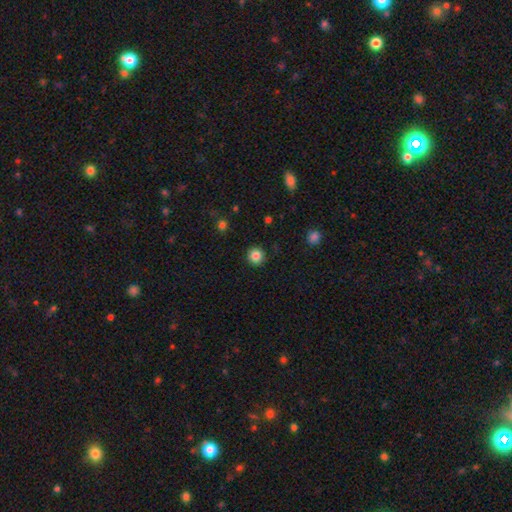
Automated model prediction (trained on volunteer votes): Smooth or featured: smooth — 85% (star or artifact — 10%)
How rounded: round — 94% (in between — 5%)
Merging: none — 91% (minor disturbance — 6%)